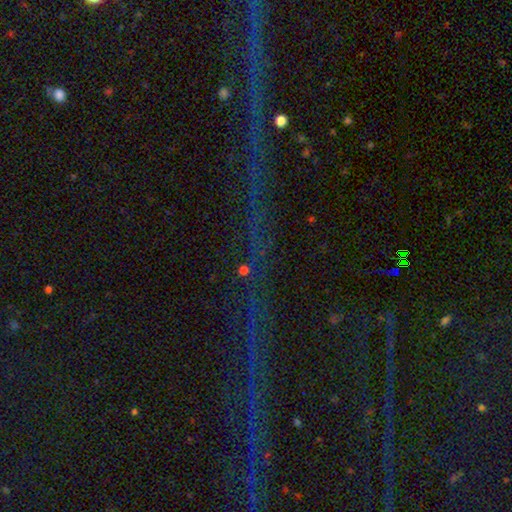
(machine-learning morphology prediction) A star or artifact, not a galaxy (79%).

Vote fractions:
- Smooth or featured? star or artifact: 79% / featured or disk: 13% / smooth: 8%